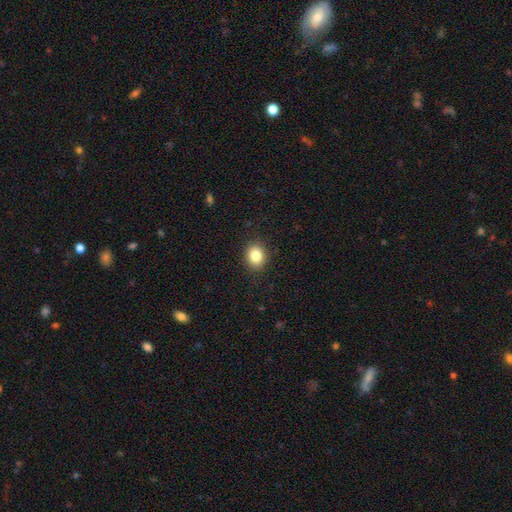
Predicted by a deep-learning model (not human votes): Morphology: type=smooth (84%); roundness=round (60%); merging=none (90%).